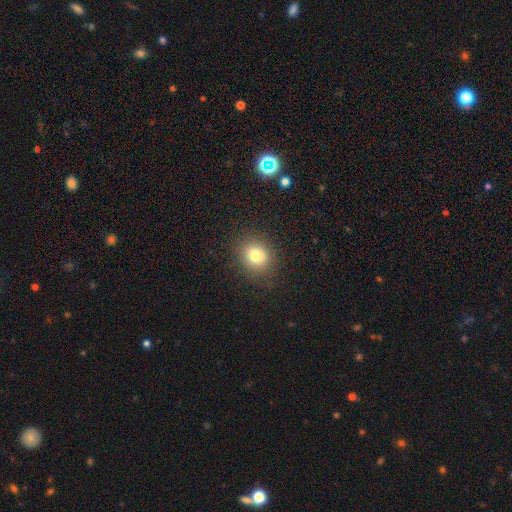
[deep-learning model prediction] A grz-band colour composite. It shows a smooth galaxy with no disk features (79%) that is round (71%). Merging: none (86%).